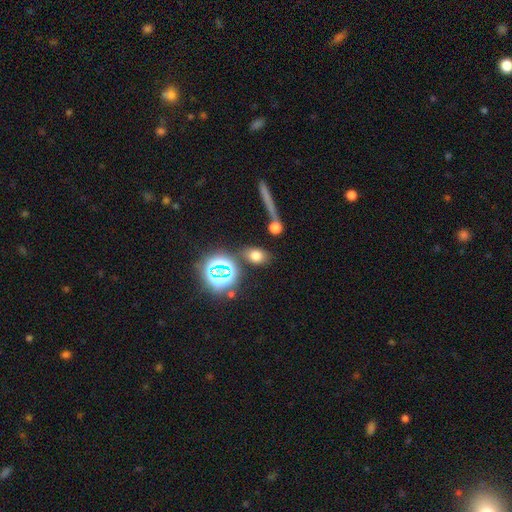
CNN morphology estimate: A smooth galaxy with no disk features (68%) that is in between round and cigar-shaped (73%). Merging: none (77%).